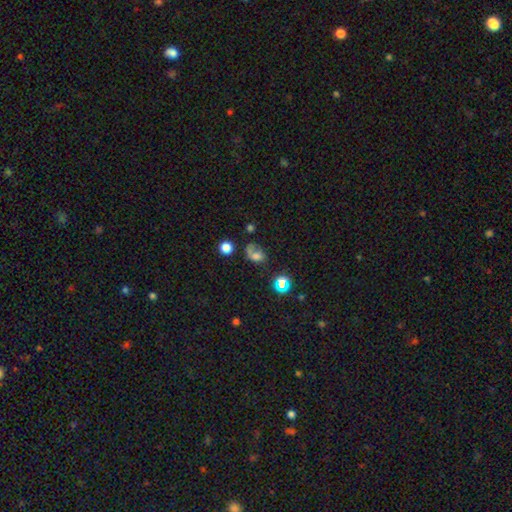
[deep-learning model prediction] Smooth or featured?
  - smooth: 61% *
  - star or artifact: 20%
  - featured or disk: 19%
How rounded?
  - in between: 61% *
  - round: 37%
  - cigar-shaped: 2%
Merging?
  - none: 34% *
  - major disturbance: 27%
  - minor disturbance: 23%
  - merger: 16%